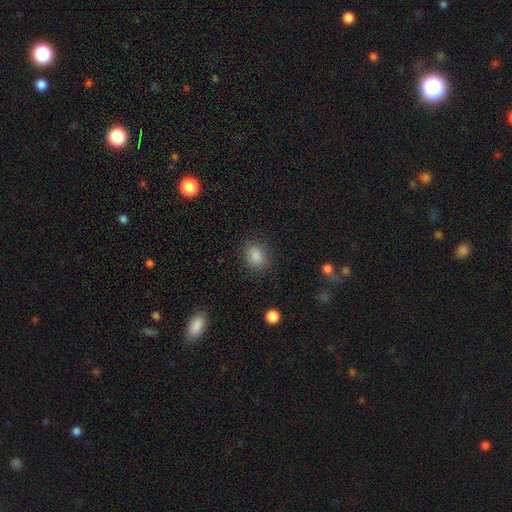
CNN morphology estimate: The model was most divided on "how rounded": in between: 54%, round: 45%, cigar-shaped: 1%. More confident: merging — none (86%); smooth or featured — smooth (86%).